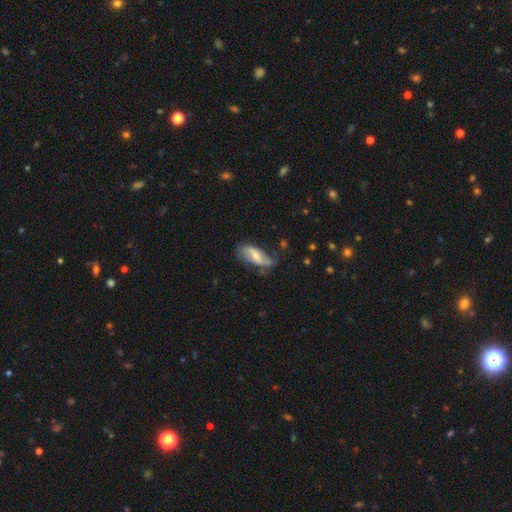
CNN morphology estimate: Smooth or featured?
  - featured or disk: 61% *
  - smooth: 33%
  - star or artifact: 6%
Edge-on disk?
  - no: 89% *
  - yes: 11%
Bar?
  - weak: 37% * (tied)
  - no: 37% * (tied)
  - strong: 26%
Spiral arms?
  - yes: 81% *
  - no: 19%
Bulge size?
  - moderate: 52% *
  - small: 42%
  - large: 3%
  - none: 3%
  - dominant: 1%
Merging?
  - none: 52% *
  - minor disturbance: 32%
  - major disturbance: 13%
  - merger: 3%